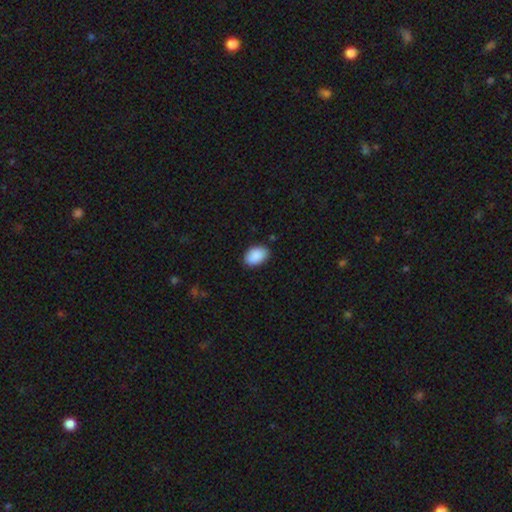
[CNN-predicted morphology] The model was most divided on "merging": none: 86%, minor disturbance: 11%, major disturbance: 2%, merger: 1%. More confident: smooth or featured — smooth (90%); how rounded — in between (90%).